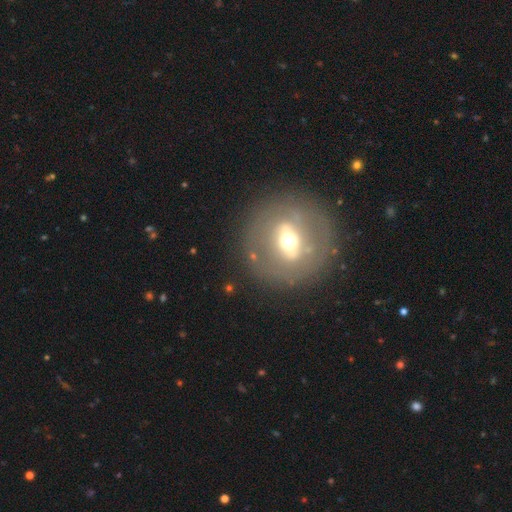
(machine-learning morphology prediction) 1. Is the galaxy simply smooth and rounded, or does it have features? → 59% featured or disk, 30% smooth, 12% star or artifact.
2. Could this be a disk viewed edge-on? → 81% no, 19% yes.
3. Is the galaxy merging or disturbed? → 84% none, 9% minor disturbance, 5% major disturbance, 2% merger.